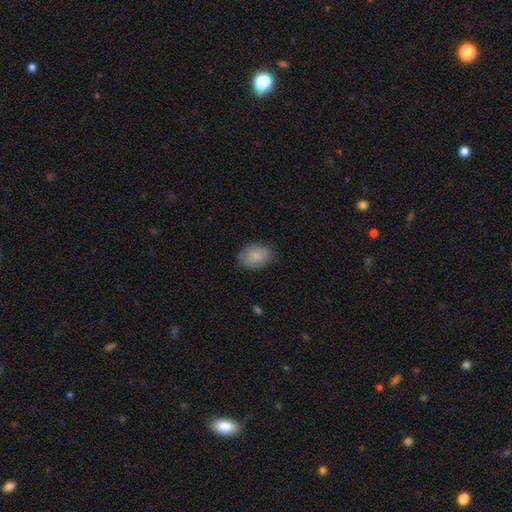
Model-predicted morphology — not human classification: This appears to be a smooth galaxy with no disk features (84%) that is in between round and cigar-shaped (81%). Merging: none (77%).